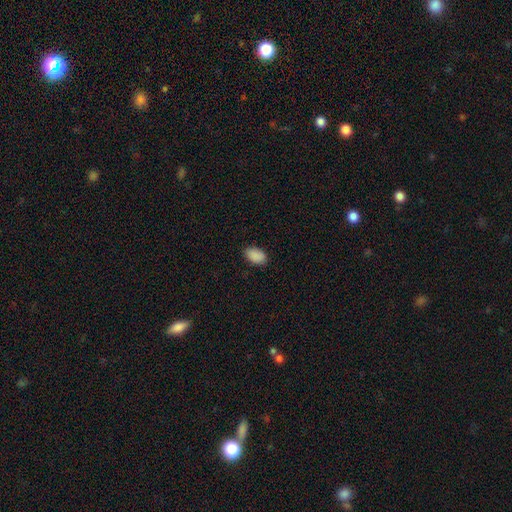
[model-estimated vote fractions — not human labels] A smooth galaxy with no disk features (90%) that is in between round and cigar-shaped (92%).

Vote fractions:
- Smooth or featured? smooth: 90% / star or artifact: 8% / featured or disk: 3%
- How rounded? in between: 92% / round: 6% / cigar-shaped: 1%
- Merging? none: 87% / minor disturbance: 10% / major disturbance: 2% / merger: 1%